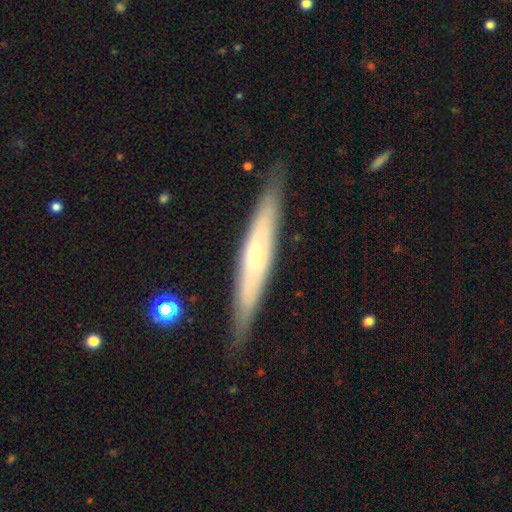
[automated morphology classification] Smooth or featured?
  - featured or disk: 53% *
  - smooth: 41%
  - star or artifact: 6%
Edge-on disk?
  - yes: 84% *
  - no: 16%
Merging?
  - none: 85% *
  - minor disturbance: 11%
  - major disturbance: 2%
  - merger: 1%